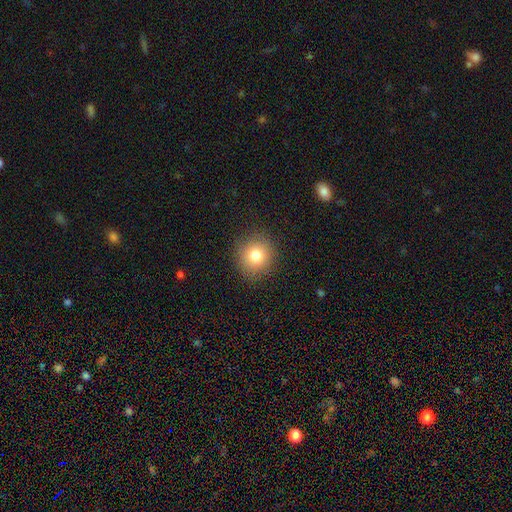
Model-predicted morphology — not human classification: smooth 80%, star or artifact 11%, featured or disk 8%. Down the decision tree: how rounded — round (88%); merging — none (88%).